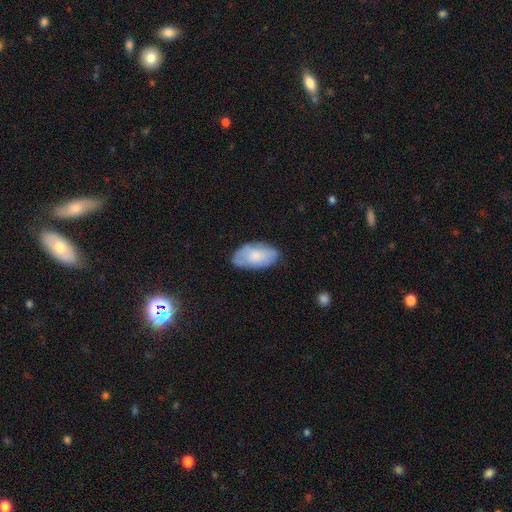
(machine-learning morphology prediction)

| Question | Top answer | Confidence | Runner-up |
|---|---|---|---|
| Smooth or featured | smooth | 70% | featured or disk (23%) |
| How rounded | in between | 95% | round (4%) |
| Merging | none | 72% | minor disturbance (22%) |